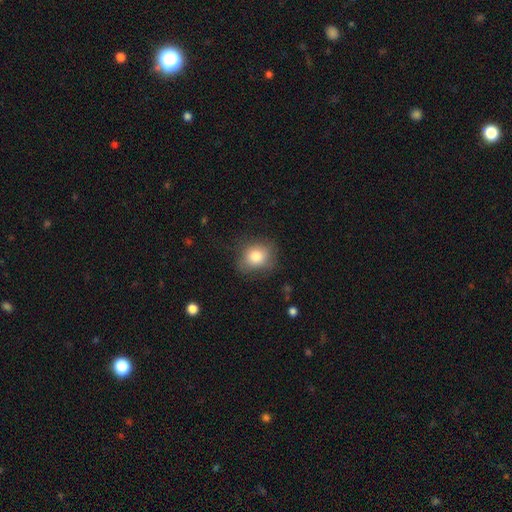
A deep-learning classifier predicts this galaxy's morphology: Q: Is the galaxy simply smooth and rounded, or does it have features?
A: smooth — 81%.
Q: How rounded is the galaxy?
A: round — 64%.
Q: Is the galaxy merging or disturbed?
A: none — 72%.